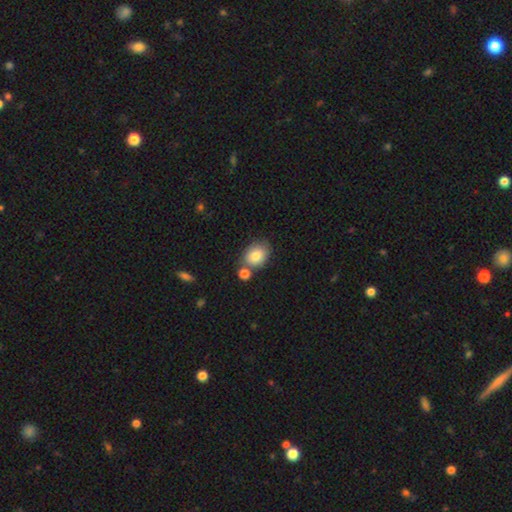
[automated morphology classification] Smooth or featured?
  - smooth: 81% *
  - featured or disk: 11%
  - star or artifact: 8%
How rounded?
  - in between: 65% *
  - round: 34%
  - cigar-shaped: 1%
Merging?
  - none: 64% *
  - merger: 18%
  - minor disturbance: 14%
  - major disturbance: 4%